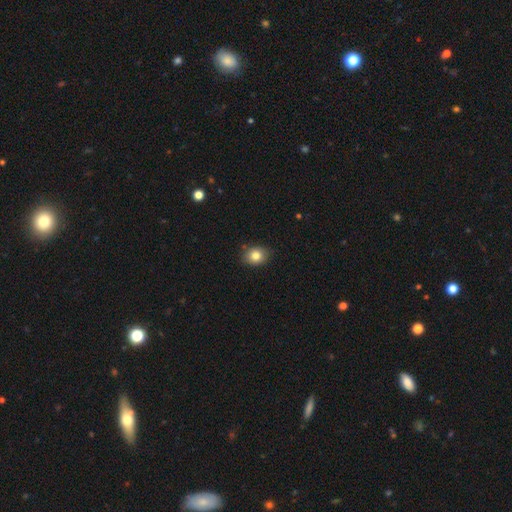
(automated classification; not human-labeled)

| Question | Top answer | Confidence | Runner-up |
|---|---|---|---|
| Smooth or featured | smooth | 82% | star or artifact (10%) |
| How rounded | round | 53% | in between (46%) |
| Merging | none | 86% | minor disturbance (11%) |